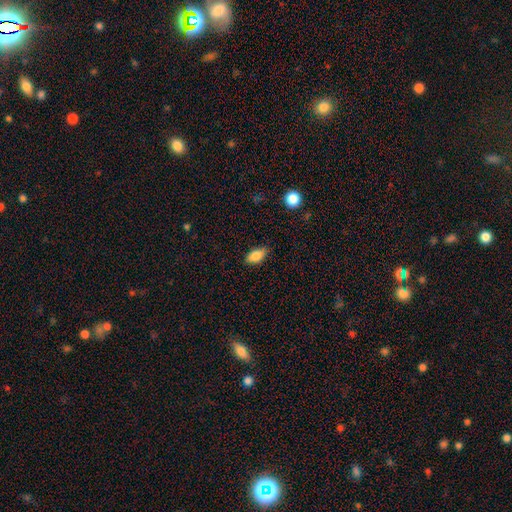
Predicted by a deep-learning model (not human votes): Overall: smooth (83%). How rounded: in between (89%). Merging: none (80%).